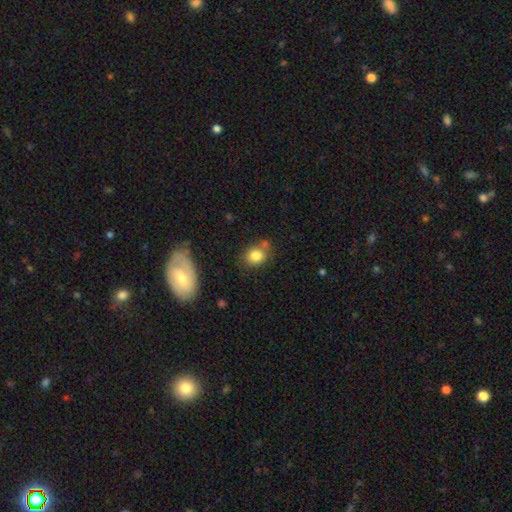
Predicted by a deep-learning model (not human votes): Smooth or featured? smooth (81%)
How rounded? round (55%)
Merging? none (64%)